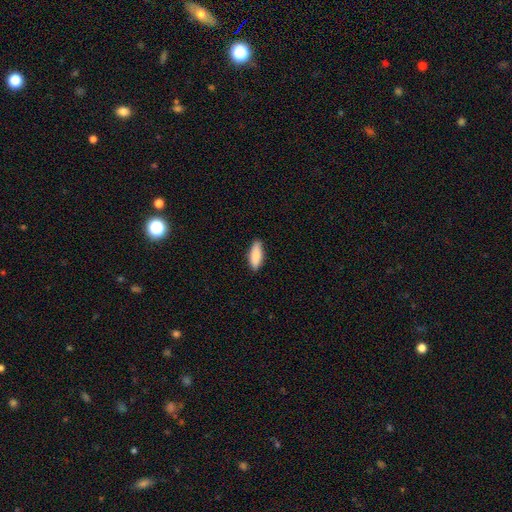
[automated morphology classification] Smooth or featured?
  - smooth: 88% *
  - featured or disk: 7%
  - star or artifact: 6%
How rounded?
  - in between: 67% *
  - cigar-shaped: 32%
  - round: 2%
Merging?
  - none: 86% *
  - minor disturbance: 11%
  - major disturbance: 2%
  - merger: 1%